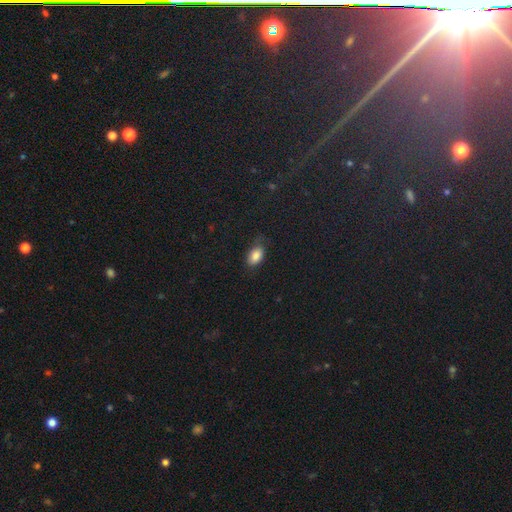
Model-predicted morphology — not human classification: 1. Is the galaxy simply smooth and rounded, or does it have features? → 85% smooth, 9% star or artifact, 6% featured or disk.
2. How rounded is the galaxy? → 89% in between, 9% round, 2% cigar-shaped.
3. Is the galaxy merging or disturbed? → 70% none, 22% minor disturbance, 6% major disturbance, 1% merger.